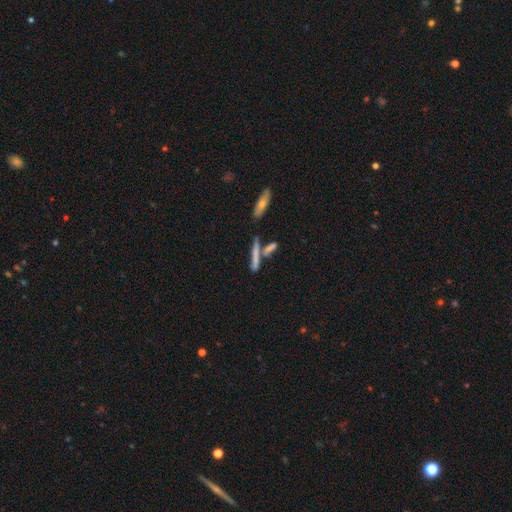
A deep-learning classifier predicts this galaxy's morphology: Smooth or featured? smooth (58%)
How rounded? cigar-shaped (86%)
Merging? none (51%)